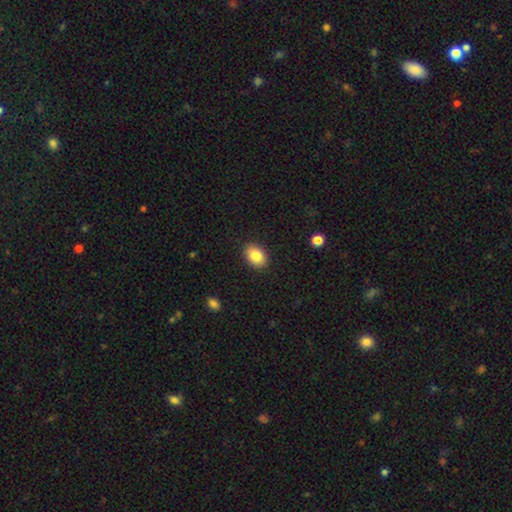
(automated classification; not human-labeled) smooth_or_featured: smooth (p=0.85) [alt: star or artifact p=0.08]
how_rounded: in between (p=0.79) [alt: round p=0.20]
merging: none (p=0.89) [alt: minor disturbance p=0.08]